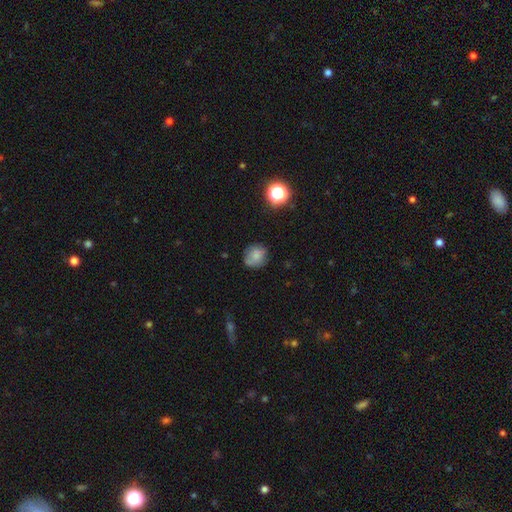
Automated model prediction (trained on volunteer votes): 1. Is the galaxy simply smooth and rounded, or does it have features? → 70% smooth, 18% featured or disk, 12% star or artifact.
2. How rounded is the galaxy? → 85% round, 14% in between, 1% cigar-shaped.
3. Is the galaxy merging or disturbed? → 72% none, 19% minor disturbance, 6% major disturbance, 3% merger.